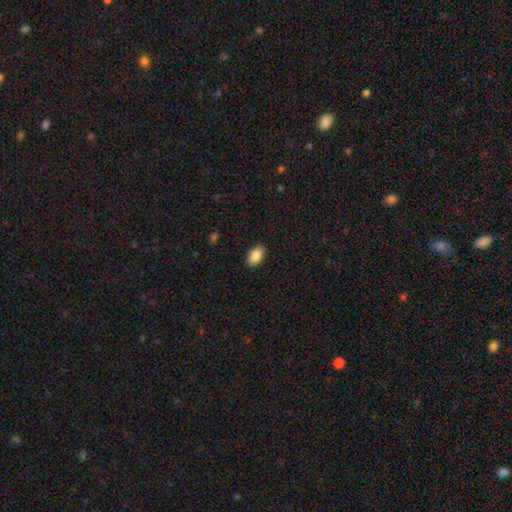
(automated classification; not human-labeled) Smooth or featured: smooth — 87% (star or artifact — 7%)
How rounded: in between — 92% (round — 6%)
Merging: none — 89% (minor disturbance — 8%)